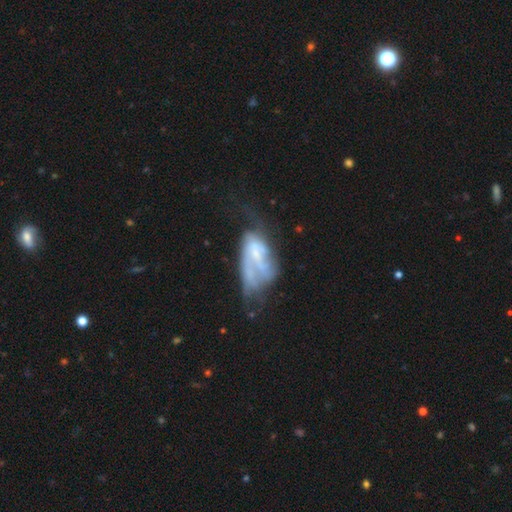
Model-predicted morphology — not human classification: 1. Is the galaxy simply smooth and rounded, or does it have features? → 60% featured or disk, 30% smooth, 10% star or artifact.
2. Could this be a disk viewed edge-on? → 94% no, 6% yes.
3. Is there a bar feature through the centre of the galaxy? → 62% no, 27% weak, 11% strong.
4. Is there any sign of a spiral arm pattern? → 55% no, 45% yes.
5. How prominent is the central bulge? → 40% none, 39% small, 16% moderate, 3% large, 2% dominant.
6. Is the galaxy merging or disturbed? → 44% major disturbance, 22% none, 22% minor disturbance, 12% merger.